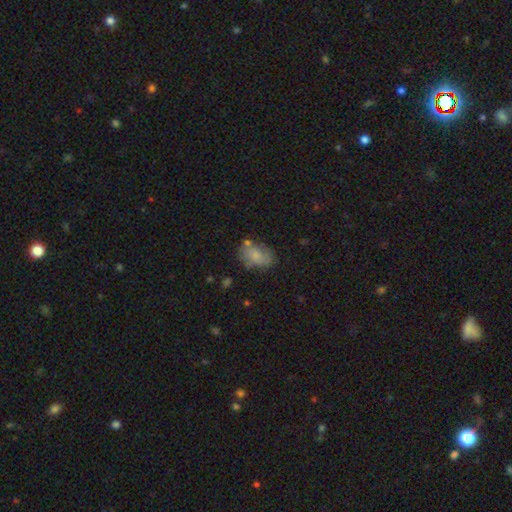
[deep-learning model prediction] The model was most divided on "merging": none: 56%, minor disturbance: 25%, major disturbance: 10%, merger: 9%. More confident: how rounded — in between (80%); smooth or featured — smooth (68%).